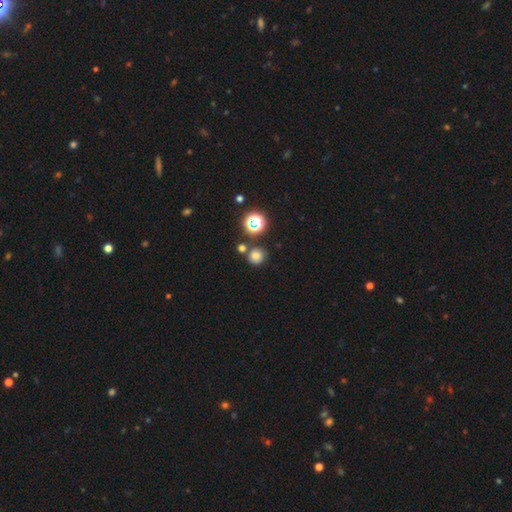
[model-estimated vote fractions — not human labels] This is likely a smooth galaxy (74%). How rounded: clearly round (90%). Merging: likely none (73%).